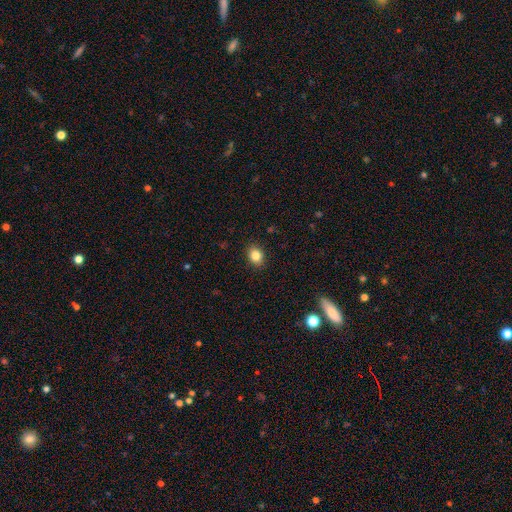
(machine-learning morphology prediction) Smooth or featured?
  - smooth: 84% *
  - star or artifact: 10%
  - featured or disk: 6%
How rounded?
  - in between: 53% *
  - round: 46%
  - cigar-shaped: 1%
Merging?
  - none: 89% *
  - minor disturbance: 8%
  - major disturbance: 2%
  - merger: 1%